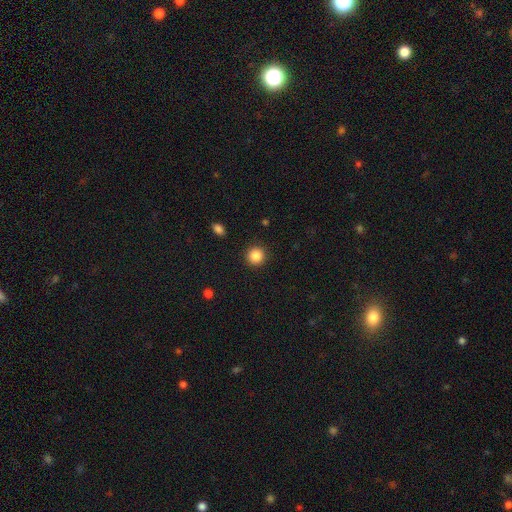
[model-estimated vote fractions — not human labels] This appears to be a smooth galaxy with no disk features (86%) that is round (94%). Merging: none (92%).